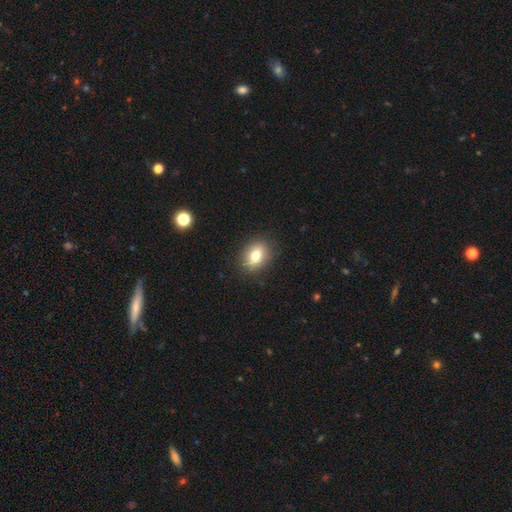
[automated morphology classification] This is likely a smooth galaxy (76%). How rounded: likely in between (65%). Merging: clearly none (88%).